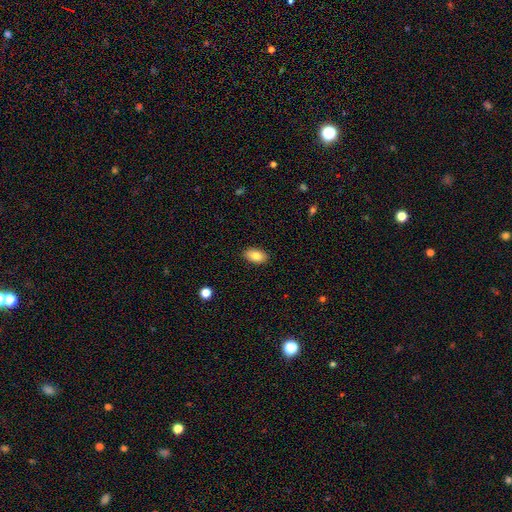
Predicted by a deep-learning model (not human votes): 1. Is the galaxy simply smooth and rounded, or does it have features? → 82% smooth, 11% featured or disk, 7% star or artifact.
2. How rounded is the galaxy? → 93% in between, 5% round, 2% cigar-shaped.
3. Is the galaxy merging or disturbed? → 89% none, 8% minor disturbance, 2% major disturbance, 1% merger.